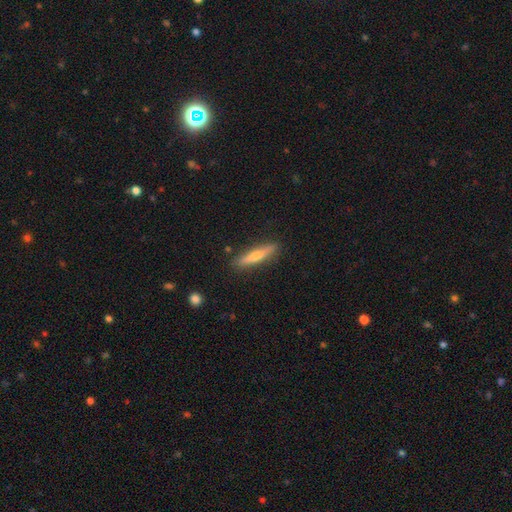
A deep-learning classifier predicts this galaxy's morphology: Smooth or featured? smooth (50%)
Merging? none (89%)